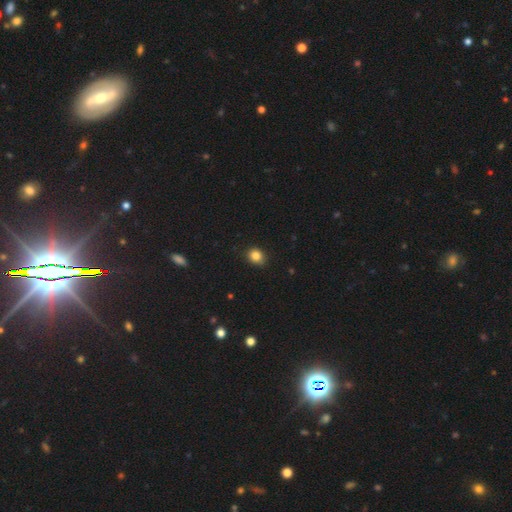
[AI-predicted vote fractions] Smooth or featured?
  - smooth: 85% *
  - star or artifact: 11%
  - featured or disk: 4%
How rounded?
  - round: 64% *
  - in between: 35%
  - cigar-shaped: 1%
Merging?
  - none: 85% *
  - minor disturbance: 12%
  - major disturbance: 2%
  - merger: 1%